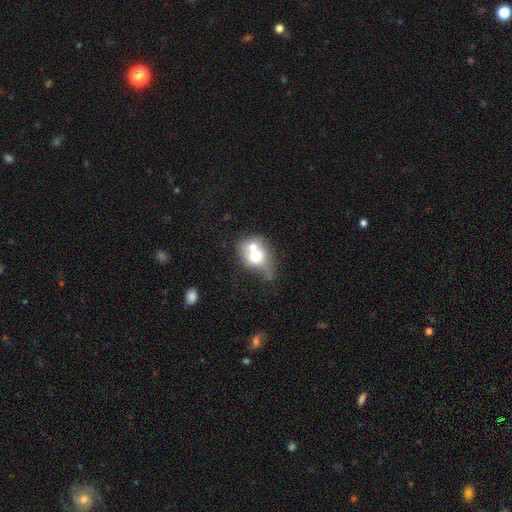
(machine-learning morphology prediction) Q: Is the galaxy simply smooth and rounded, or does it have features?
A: smooth — 59%.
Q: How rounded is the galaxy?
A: in between — 49%, tied with round.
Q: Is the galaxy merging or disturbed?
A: merger — 60%.